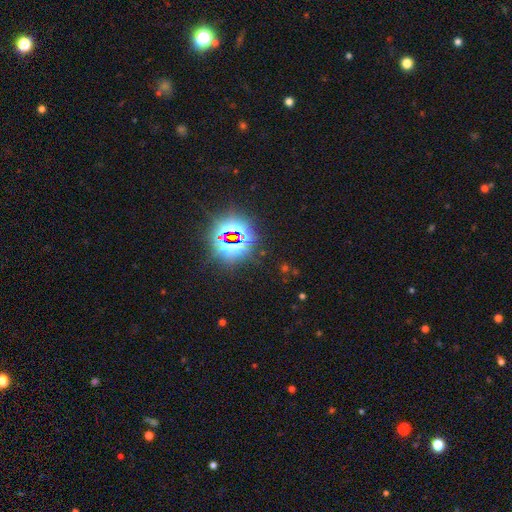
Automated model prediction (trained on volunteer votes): smooth_or_featured: star or artifact (p=0.82) [alt: smooth p=0.12]